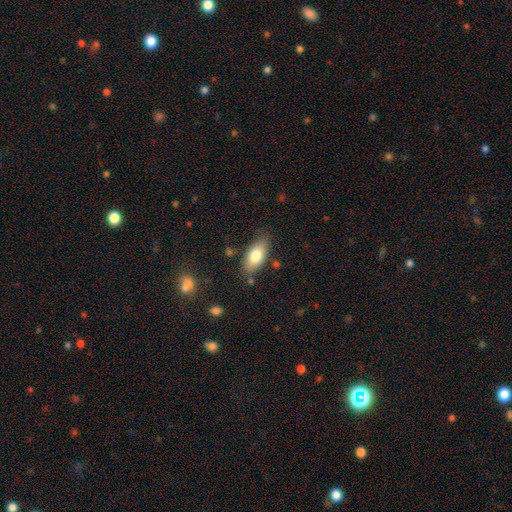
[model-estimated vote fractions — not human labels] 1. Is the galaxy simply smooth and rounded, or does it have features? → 77% smooth, 16% featured or disk, 7% star or artifact.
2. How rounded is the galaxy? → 88% in between, 8% cigar-shaped, 3% round.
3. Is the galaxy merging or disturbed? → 79% none, 14% minor disturbance, 3% major disturbance, 3% merger.